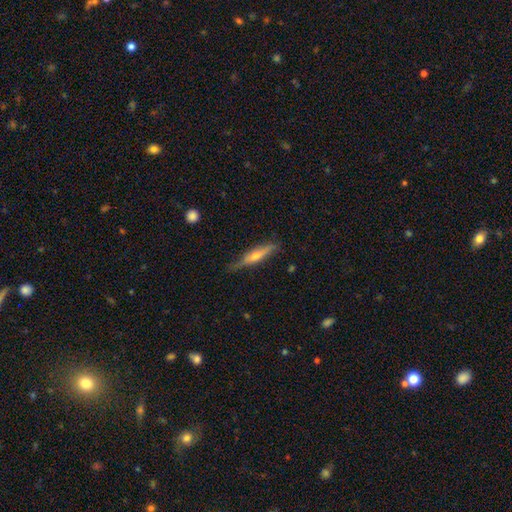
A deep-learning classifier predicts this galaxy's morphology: Q: Smooth or featured?
A: featured or disk (57%); runner-up: smooth (37%)
Q: Edge-on disk?
A: yes (93%); runner-up: no (7%)
Q: Edge-on bulge?
A: rounded (85%); runner-up: none (9%)
Q: Merging?
A: none (76%); runner-up: minor disturbance (19%)